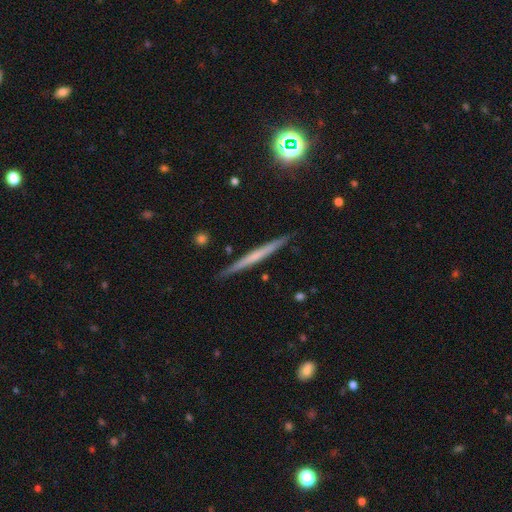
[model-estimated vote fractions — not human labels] Smooth or featured: featured or disk — 53% (smooth — 39%)
Edge-on disk: yes — 97% (no — 3%)
Edge-on bulge: none — 78% (rounded — 15%)
Merging: none — 90% (minor disturbance — 7%)